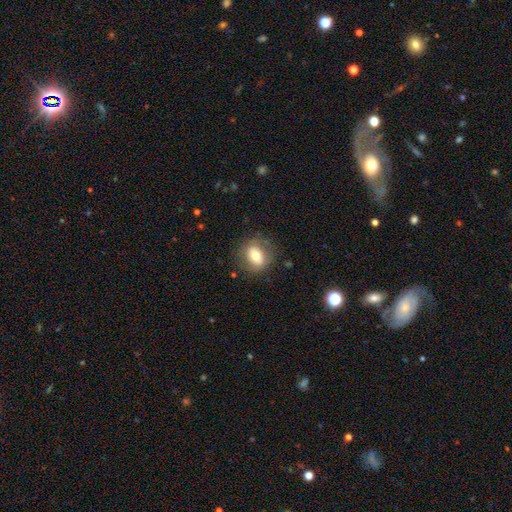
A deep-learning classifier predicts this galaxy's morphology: smooth 65%, featured or disk 27%, star or artifact 9%. Down the decision tree: how rounded — round (51%); merging — none (79%).